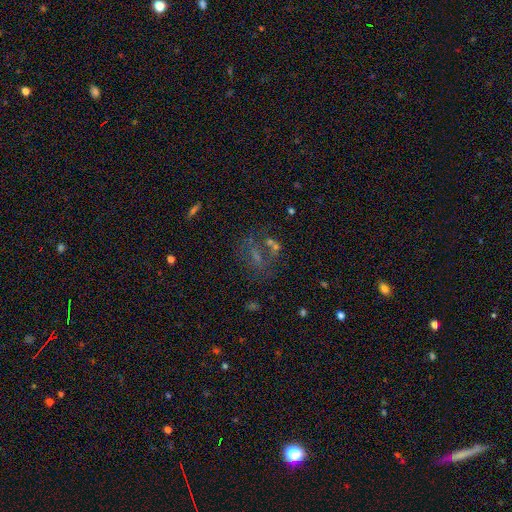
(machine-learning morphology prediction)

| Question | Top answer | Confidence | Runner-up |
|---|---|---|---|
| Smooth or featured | featured or disk | 38% | star or artifact (36%) |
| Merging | none | 55% | major disturbance (16%) |